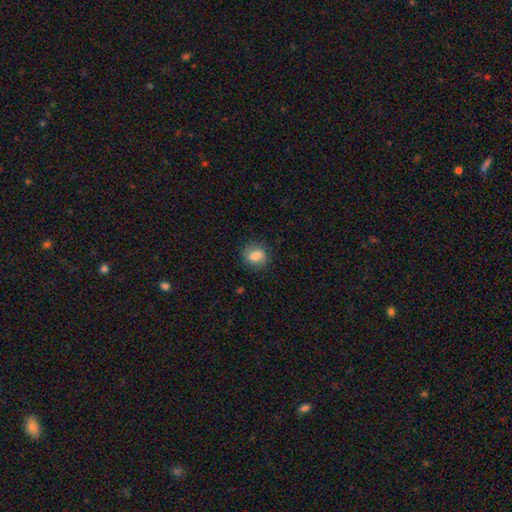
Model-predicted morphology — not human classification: smooth-or-featured: smooth: 79% | featured or disk: 12% | star or artifact: 9%
  how-rounded: round: 51% | in between: 48% | cigar-shaped: 1%
  merging: none: 77% | minor disturbance: 16% | major disturbance: 6% | merger: 1%